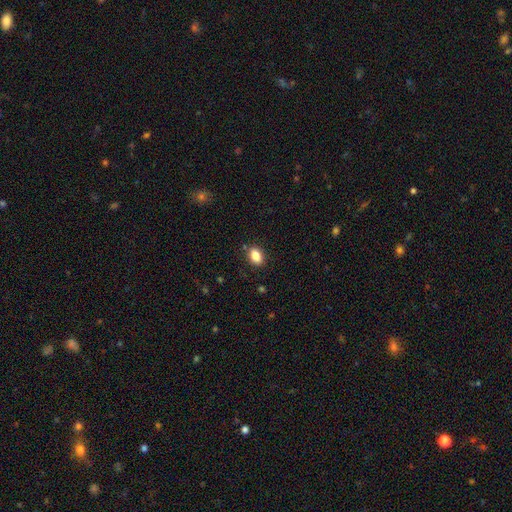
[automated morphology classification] type=smooth (84%); roundness=in between (82%); merging=none (85%).